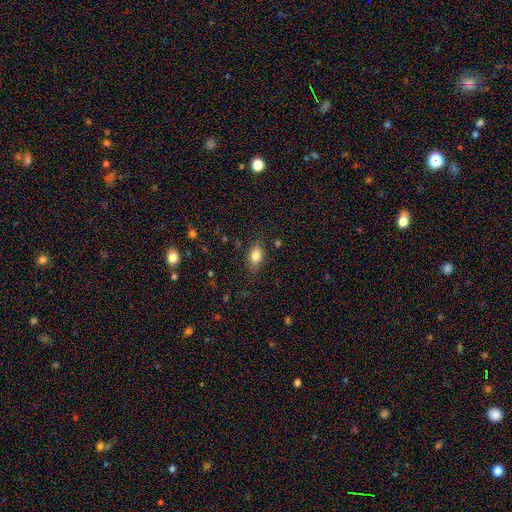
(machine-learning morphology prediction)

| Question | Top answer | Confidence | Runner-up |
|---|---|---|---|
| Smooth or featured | smooth | 82% | star or artifact (9%) |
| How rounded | in between | 80% | round (16%) |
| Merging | none | 81% | minor disturbance (14%) |